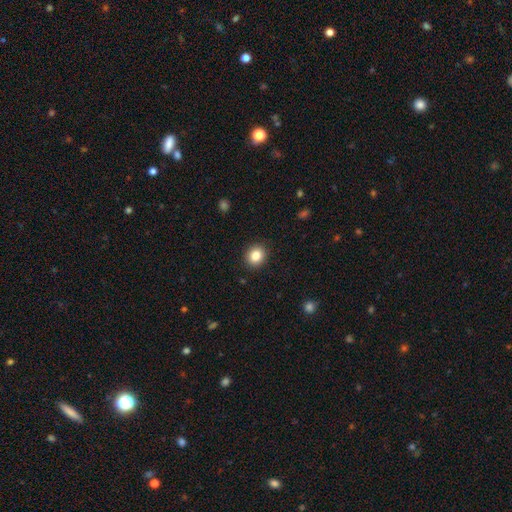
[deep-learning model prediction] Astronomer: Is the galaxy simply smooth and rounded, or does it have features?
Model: smooth — 84%.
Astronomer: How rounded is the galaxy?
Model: round — 75%.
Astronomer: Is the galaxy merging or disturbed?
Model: none — 91%.